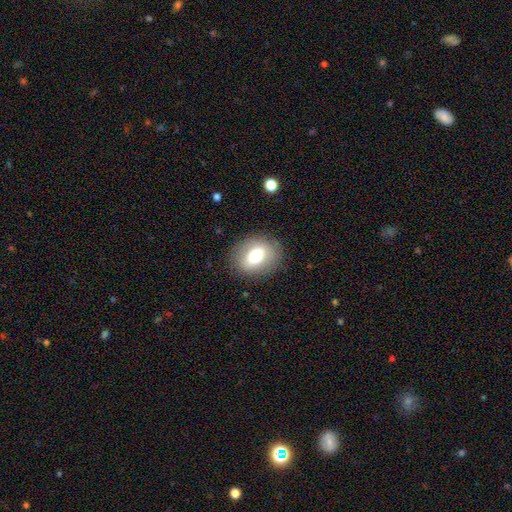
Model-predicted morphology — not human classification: This is likely a smooth galaxy (69%). How rounded: possibly in between (50%). Merging: clearly none (84%).